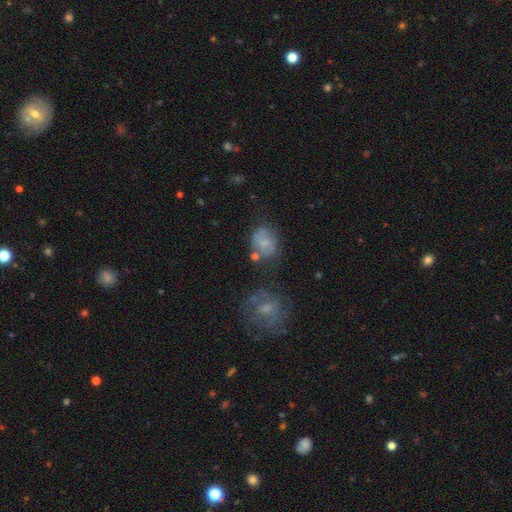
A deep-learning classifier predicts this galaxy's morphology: Q: Smooth or featured?
A: smooth (55%); runner-up: featured or disk (30%)
Q: How rounded?
A: round (59%); runner-up: in between (40%)
Q: Merging?
A: none (63%); runner-up: minor disturbance (20%)